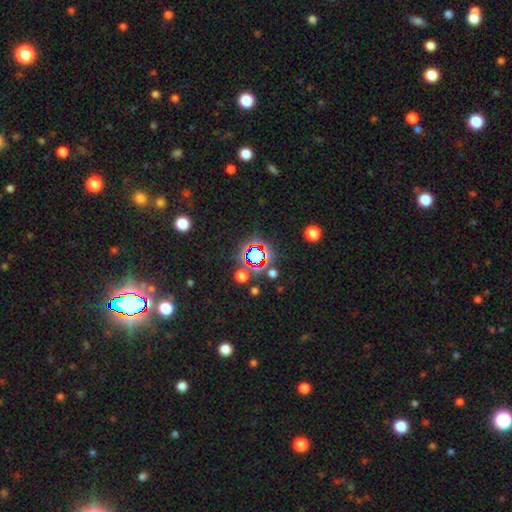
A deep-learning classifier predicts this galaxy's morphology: The model was most divided on "smooth or featured": star or artifact: 65%, smooth: 24%, featured or disk: 11%.